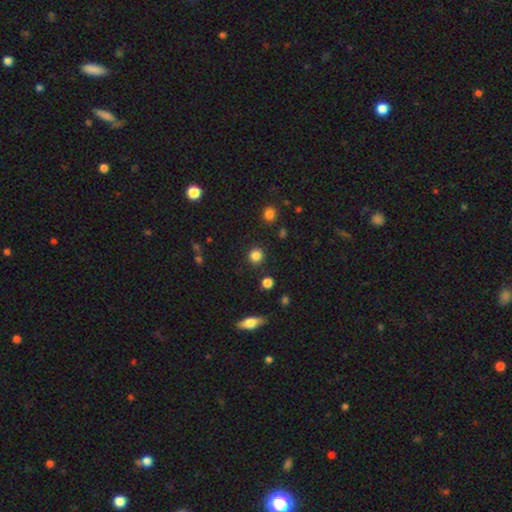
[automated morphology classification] smooth 84%, star or artifact 12%, featured or disk 4%. Down the decision tree: how rounded — round (92%); merging — none (89%).